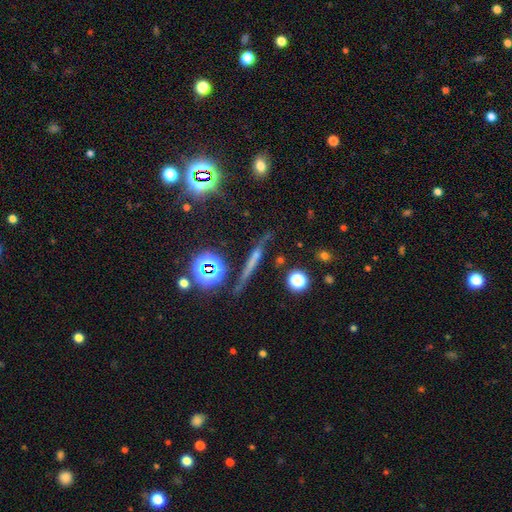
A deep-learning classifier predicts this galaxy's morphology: Smooth or featured?
  - featured or disk: 43% *
  - smooth: 33%
  - star or artifact: 24%
Merging?
  - none: 77% *
  - minor disturbance: 15%
  - major disturbance: 5%
  - merger: 4%